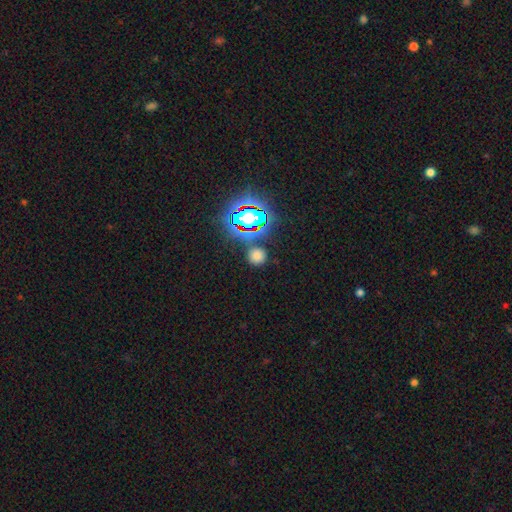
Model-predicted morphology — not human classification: This appears to be a smooth galaxy with no disk features (65%) that is round (92%). Merging: none (82%).